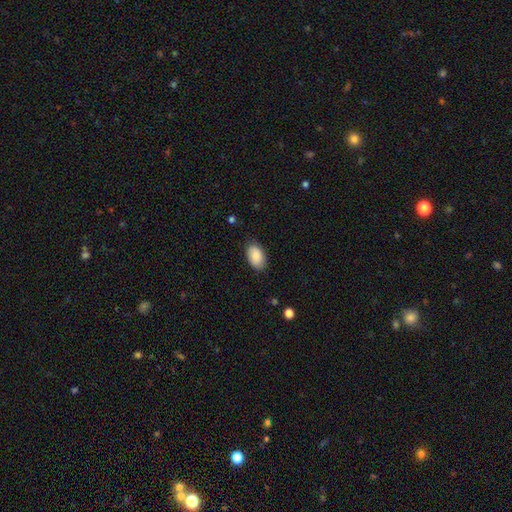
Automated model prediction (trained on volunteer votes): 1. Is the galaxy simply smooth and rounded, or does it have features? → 88% smooth, 6% star or artifact, 6% featured or disk.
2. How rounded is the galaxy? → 93% in between, 6% round, 1% cigar-shaped.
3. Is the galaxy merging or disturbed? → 84% none, 12% minor disturbance, 3% major disturbance, 1% merger.